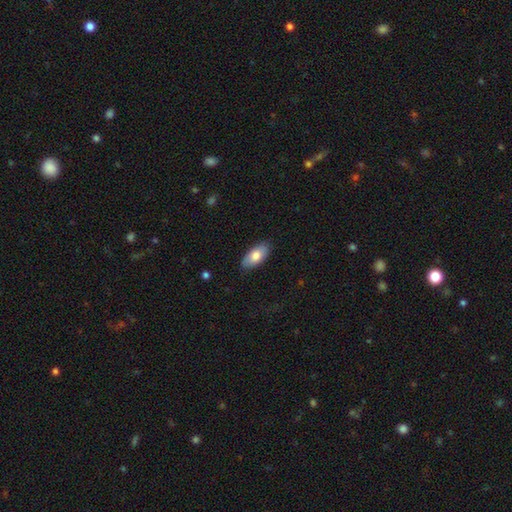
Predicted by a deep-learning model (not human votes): Overall: smooth (78%). How rounded: in between (91%). Merging: none (86%).